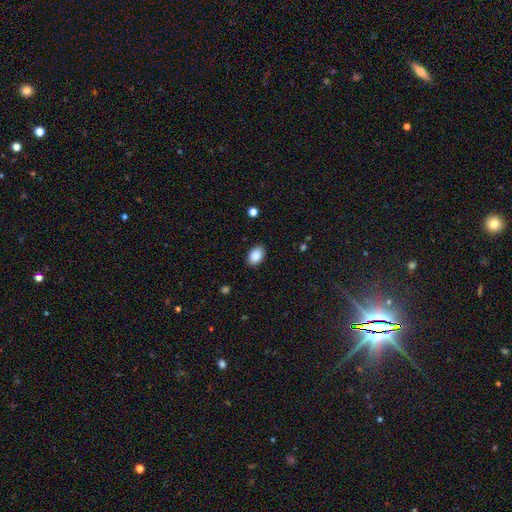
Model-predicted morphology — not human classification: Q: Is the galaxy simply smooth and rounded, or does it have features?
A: smooth — 89%.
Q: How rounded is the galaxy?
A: in between — 84%.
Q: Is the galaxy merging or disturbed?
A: none — 87%.